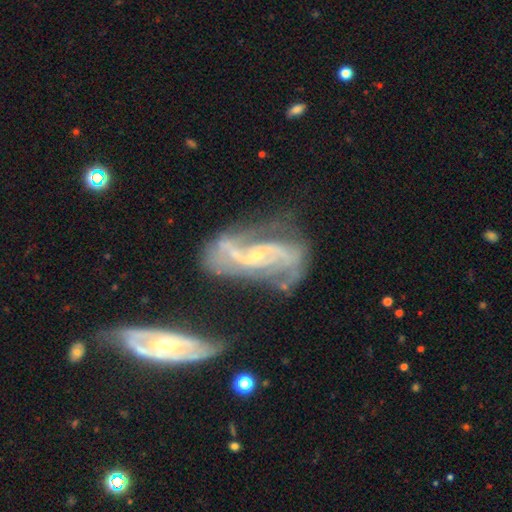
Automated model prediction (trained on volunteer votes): smooth_or_featured: featured or disk (p=0.88) [alt: star or artifact p=0.06]
disk_edge_on: no (p=0.95) [alt: yes p=0.05]
bar: weak (p=0.39) [tied with: no p=0.39]
has_spiral_arms: yes (p=0.94) [alt: no p=0.06]
spiral_winding: loose (p=0.46) [alt: medium p=0.39]
spiral_arm_count: 2 (p=0.81) [alt: can't tell p=0.08]
bulge_size: small (p=0.74) [alt: moderate p=0.17]
merging: none (p=0.43) [alt: minor disturbance p=0.21]